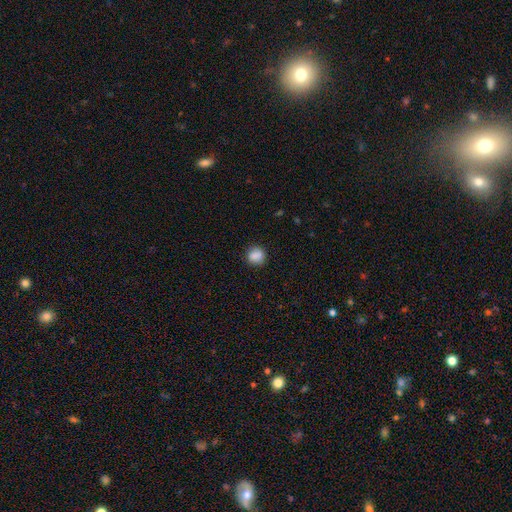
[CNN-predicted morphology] Smooth or featured? smooth (86%)
How rounded? round (80%)
Merging? none (84%)